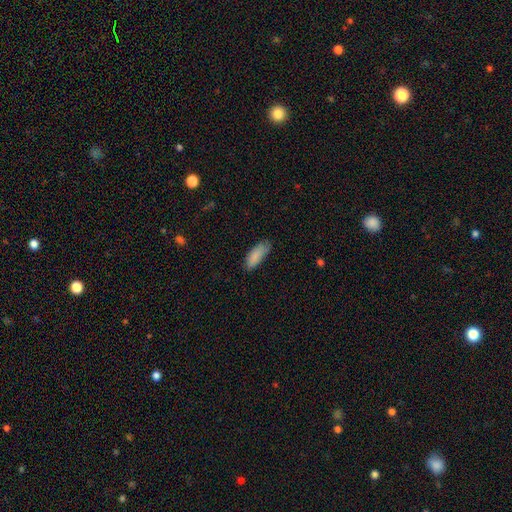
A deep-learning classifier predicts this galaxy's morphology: Smooth or featured? smooth (87%)
How rounded? in between (70%)
Merging? none (71%)